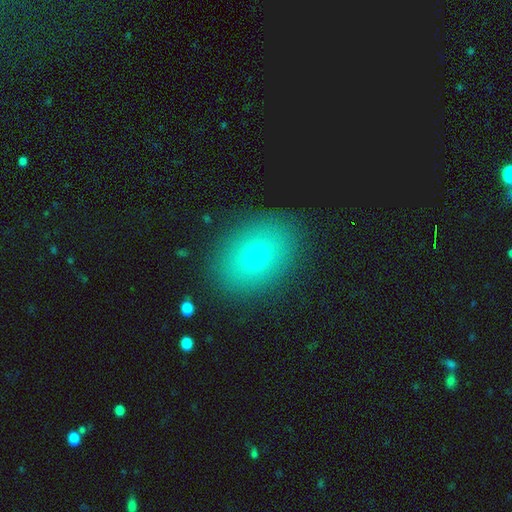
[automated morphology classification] smooth 69%, star or artifact 18%, featured or disk 13%. Down the decision tree: how rounded — in between (64%); merging — none (89%).